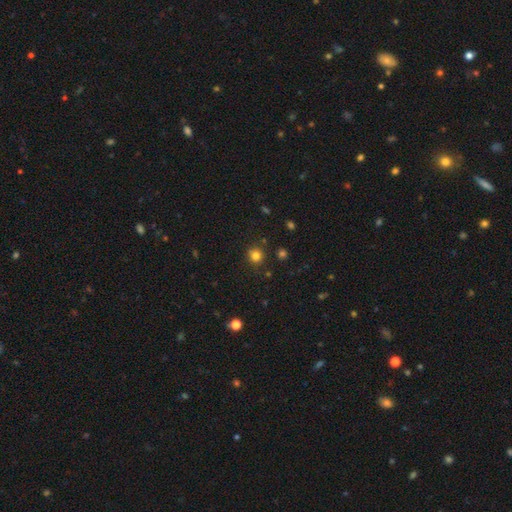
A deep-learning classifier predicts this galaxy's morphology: A smooth galaxy with no disk features (81%) that is round (91%). Merging: none (87%).